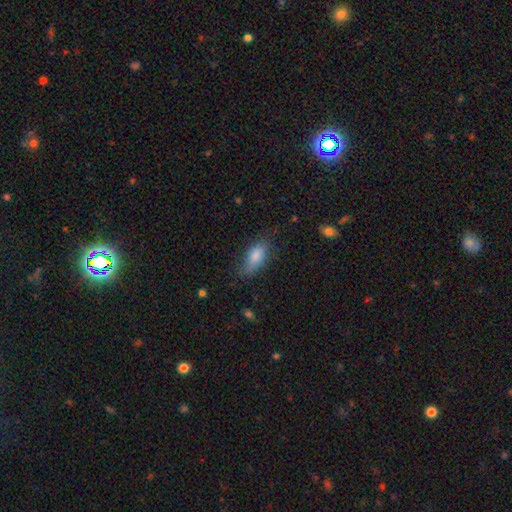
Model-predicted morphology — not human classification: Smooth or featured?
  - smooth: 79% *
  - featured or disk: 13%
  - star or artifact: 8%
How rounded?
  - in between: 79% *
  - cigar-shaped: 18%
  - round: 3%
Merging?
  - none: 63% *
  - minor disturbance: 27%
  - major disturbance: 8%
  - merger: 2%